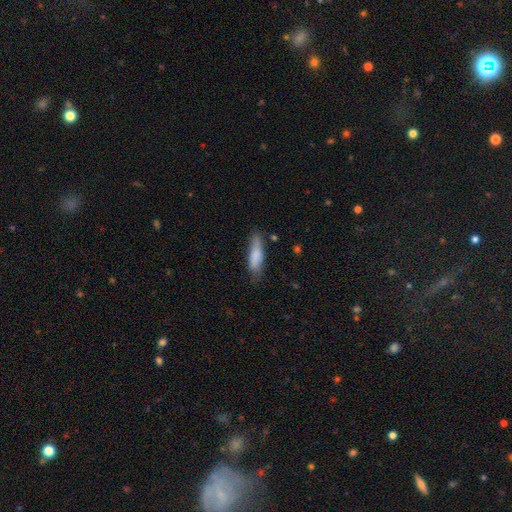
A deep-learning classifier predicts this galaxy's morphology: smooth-or-featured: smooth: 81% | featured or disk: 12% | star or artifact: 6%
  how-rounded: cigar-shaped: 52% | in between: 47% | round: 2%
  merging: none: 65% | minor disturbance: 26% | major disturbance: 6% | merger: 3%